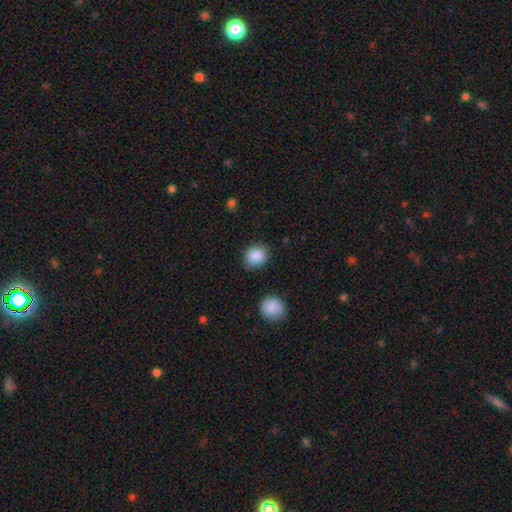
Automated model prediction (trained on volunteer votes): The model was most divided on "how rounded": round: 68%, in between: 31%, cigar-shaped: 1%. More confident: smooth or featured — smooth (89%); merging — none (84%).